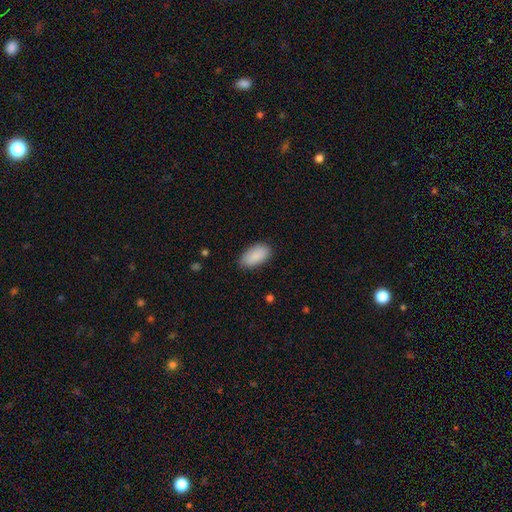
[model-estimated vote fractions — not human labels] A smooth galaxy with no disk features (90%) that is in between round and cigar-shaped (94%).

Vote fractions:
- Smooth or featured? smooth: 90% / star or artifact: 6% / featured or disk: 4%
- How rounded? in between: 94% / cigar-shaped: 3% / round: 3%
- Merging? none: 84% / minor disturbance: 12% / major disturbance: 3% / merger: 1%